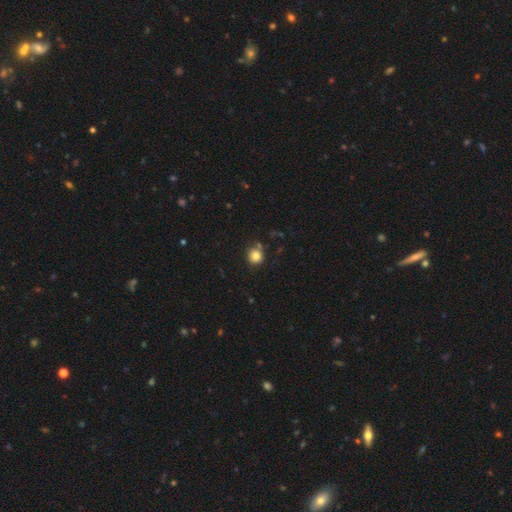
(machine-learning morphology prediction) type=smooth (83%); roundness=round (90%); merging=none (78%).